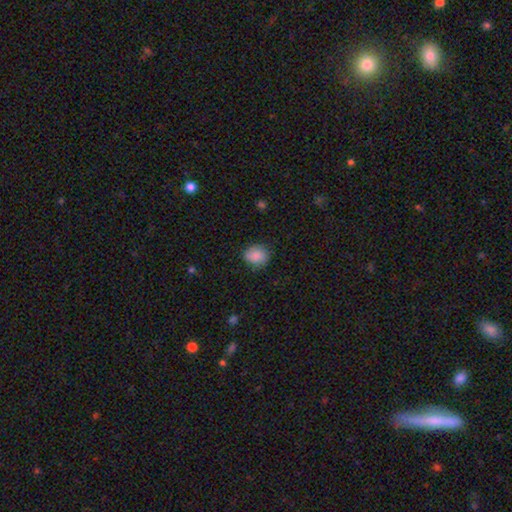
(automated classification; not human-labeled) Smooth or featured?
  - smooth: 88% *
  - star or artifact: 8%
  - featured or disk: 4%
How rounded?
  - round: 60% *
  - in between: 39%
  - cigar-shaped: 1%
Merging?
  - none: 80% *
  - minor disturbance: 16%
  - major disturbance: 3%
  - merger: 1%